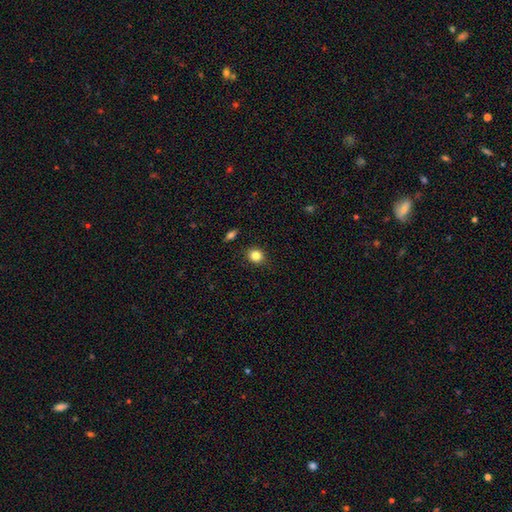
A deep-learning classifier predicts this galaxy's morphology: The model was most divided on "how rounded": round: 76%, in between: 23%, cigar-shaped: 1%. More confident: merging — none (89%); smooth or featured — smooth (84%).